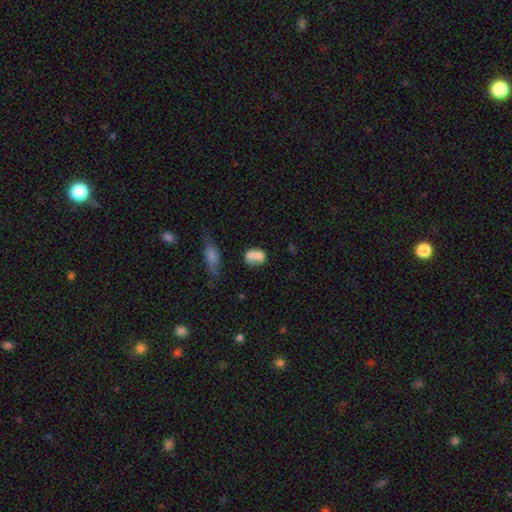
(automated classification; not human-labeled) Smooth or featured? smooth (71%)
How rounded? in between (61%)
Merging? merger (55%)